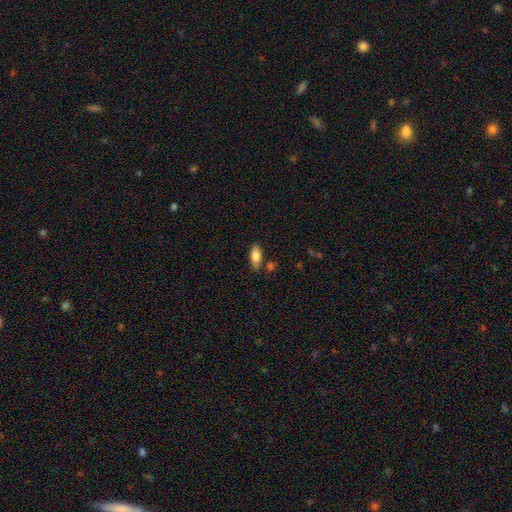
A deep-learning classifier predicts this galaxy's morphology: smooth_or_featured: smooth (p=0.83) [alt: featured or disk p=0.10]
how_rounded: in between (p=0.85) [alt: cigar-shaped p=0.13]
merging: none (p=0.74) [alt: minor disturbance p=0.16]